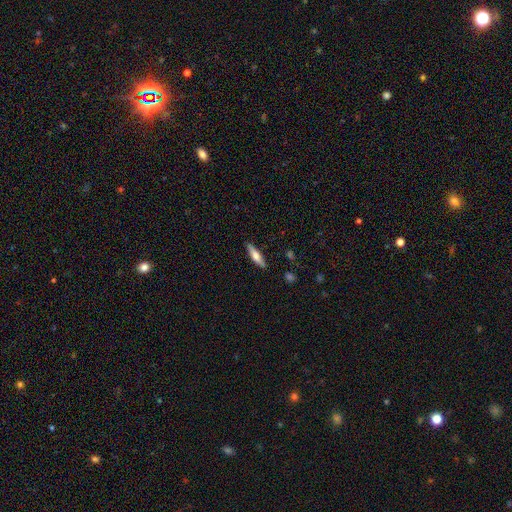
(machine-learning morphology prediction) Overall: smooth (60%; featured or disk 34%). How rounded: cigar-shaped (70%). Merging: none (88%).